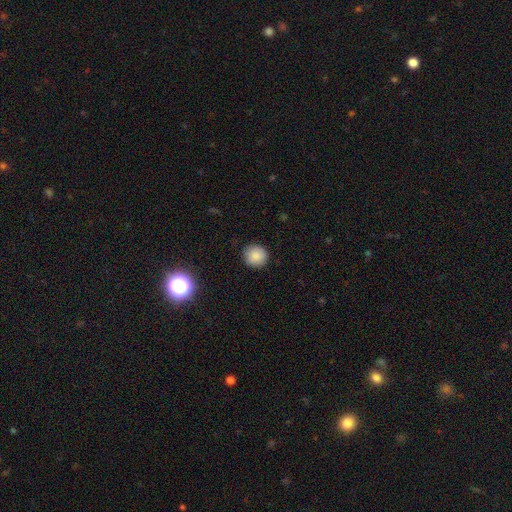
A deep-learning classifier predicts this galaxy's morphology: Overall: smooth (86%). How rounded: round (93%). Merging: none (89%).